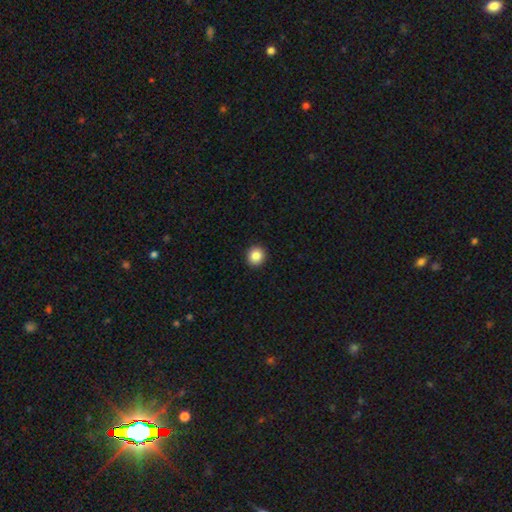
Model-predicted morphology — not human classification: A smooth galaxy with no disk features (87%) that is round (88%). Merging: none (93%).